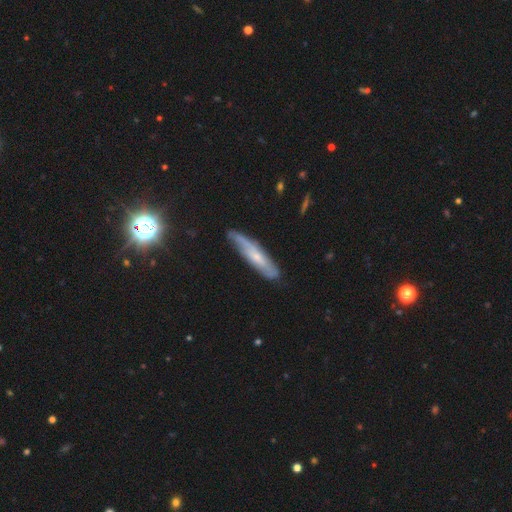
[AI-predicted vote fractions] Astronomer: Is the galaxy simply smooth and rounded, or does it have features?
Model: featured or disk — 53% (runner-up: smooth, 39%).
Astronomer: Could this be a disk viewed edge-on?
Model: yes — 58% (runner-up: no, 42%).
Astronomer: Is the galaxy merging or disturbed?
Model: none — 68%.